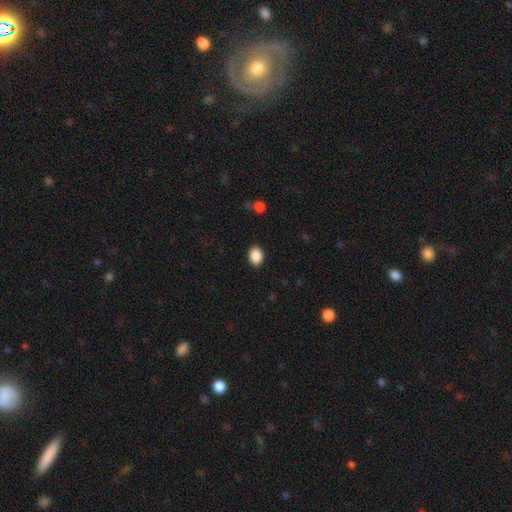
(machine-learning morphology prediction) Smooth or featured: smooth — 89% (star or artifact — 8%)
How rounded: in between — 68% (round — 31%)
Merging: none — 89% (minor disturbance — 8%)